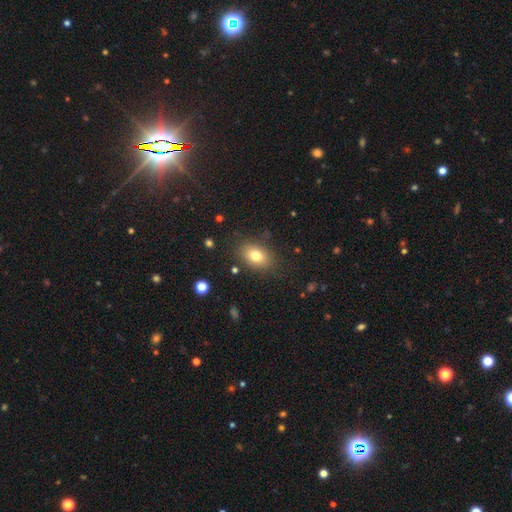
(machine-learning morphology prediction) smooth_or_featured: smooth (p=0.77) [alt: featured or disk p=0.13]
how_rounded: in between (p=0.82) [alt: round p=0.16]
merging: none (p=0.82) [alt: minor disturbance p=0.12]